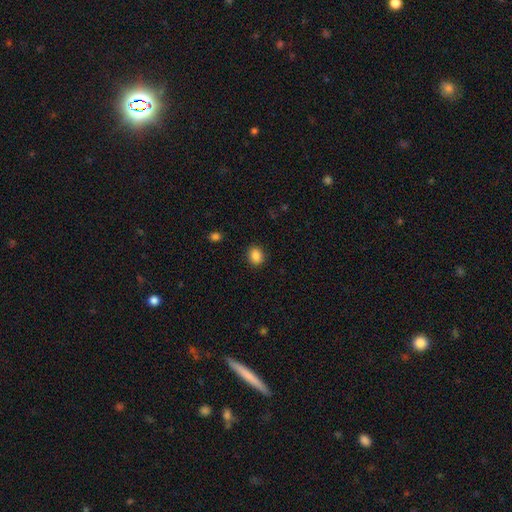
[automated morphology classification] This is clearly a smooth galaxy (87%). How rounded: likely round (61%). Merging: clearly none (90%).